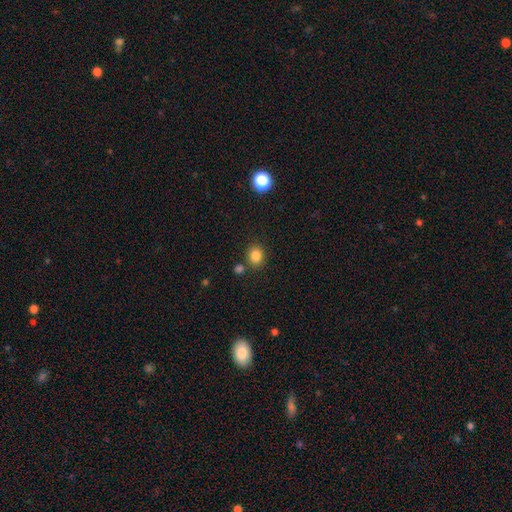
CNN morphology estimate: A smooth galaxy with no disk features (83%) that is round (64%). Merging: none (79%).